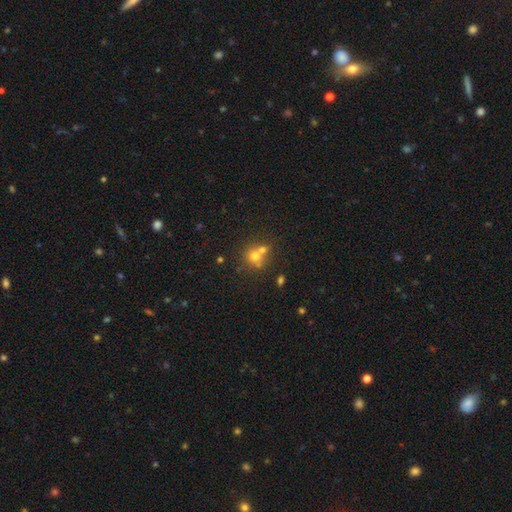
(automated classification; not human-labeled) Smooth or featured?
  - smooth: 64% *
  - star or artifact: 18%
  - featured or disk: 18%
How rounded?
  - round: 82% *
  - in between: 17%
  - cigar-shaped: 1%
Merging?
  - merger: 46% *
  - none: 43%
  - minor disturbance: 8%
  - major disturbance: 3%